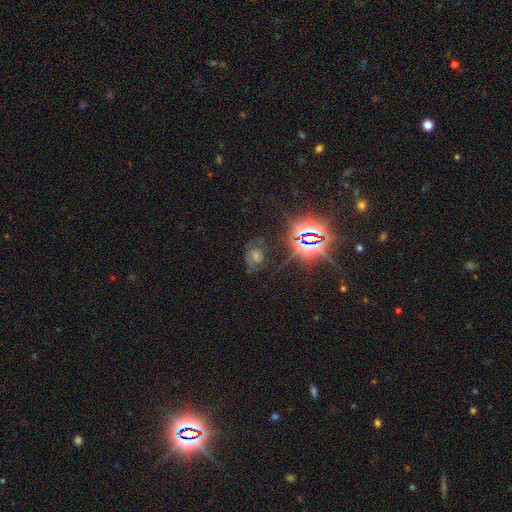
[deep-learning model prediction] smooth-or-featured: star or artifact: 54% | featured or disk: 26% | smooth: 19%